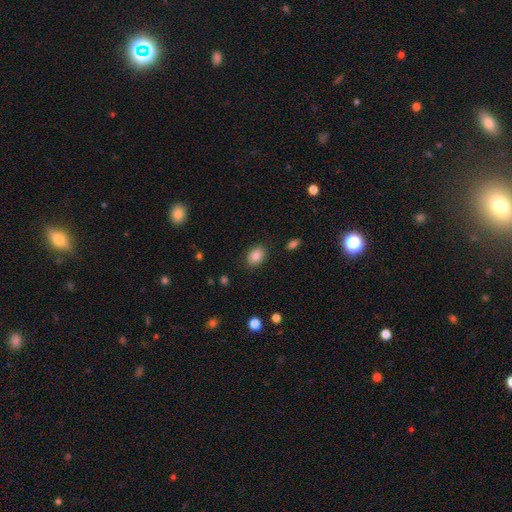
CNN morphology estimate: Smooth or featured? Predicted: smooth (p=0.86). How rounded? Predicted: in between (p=0.70). Merging? Predicted: none (p=0.85).